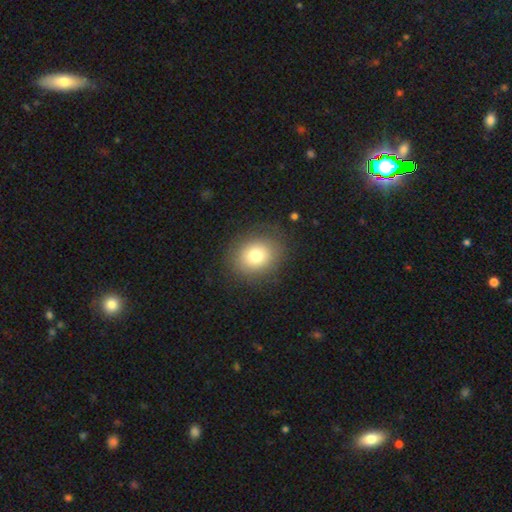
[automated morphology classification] smooth_or_featured: smooth (p=0.77) [alt: featured or disk p=0.12]
how_rounded: round (p=0.68) [alt: in between p=0.31]
merging: none (p=0.84) [alt: minor disturbance p=0.11]